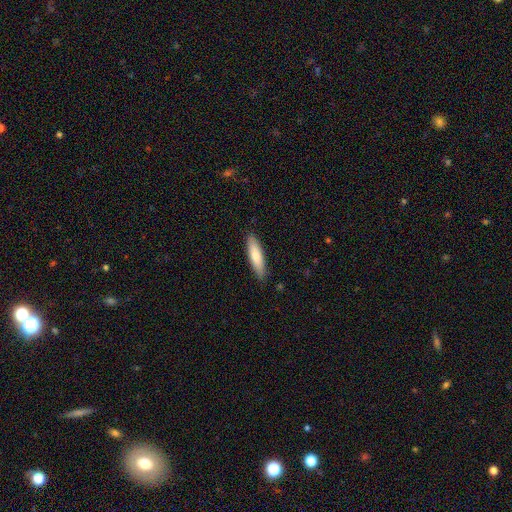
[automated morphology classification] A smooth galaxy with no disk features (77%) that is cigar-shaped (69%). Merging: none (87%).